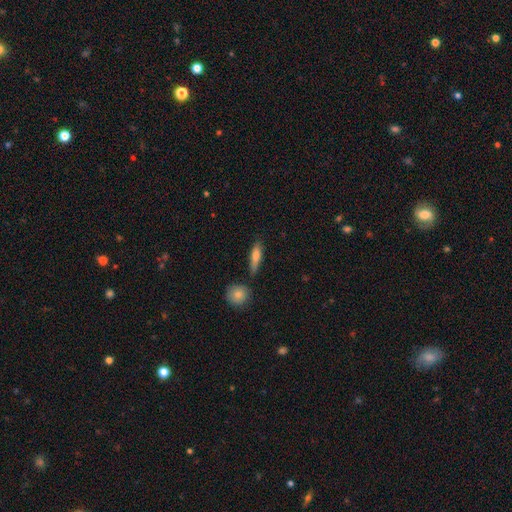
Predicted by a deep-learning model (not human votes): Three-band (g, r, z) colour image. It shows a smooth galaxy with no disk features (66%) that is cigar-shaped (61%). Merging: none (79%).